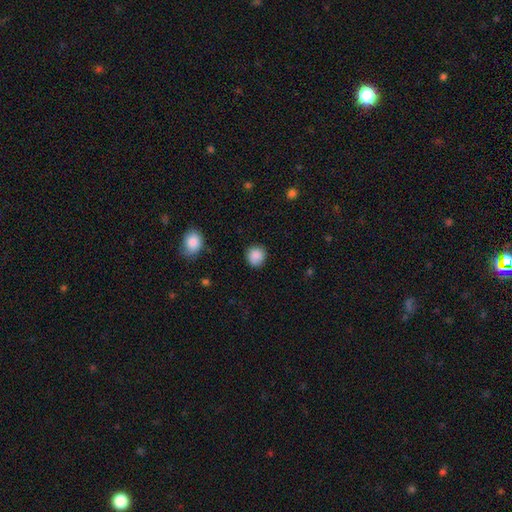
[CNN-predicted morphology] Smooth or featured?
  - smooth: 88% *
  - star or artifact: 8%
  - featured or disk: 4%
How rounded?
  - round: 87% *
  - in between: 12%
  - cigar-shaped: 1%
Merging?
  - none: 84% *
  - minor disturbance: 12%
  - major disturbance: 3%
  - merger: 1%